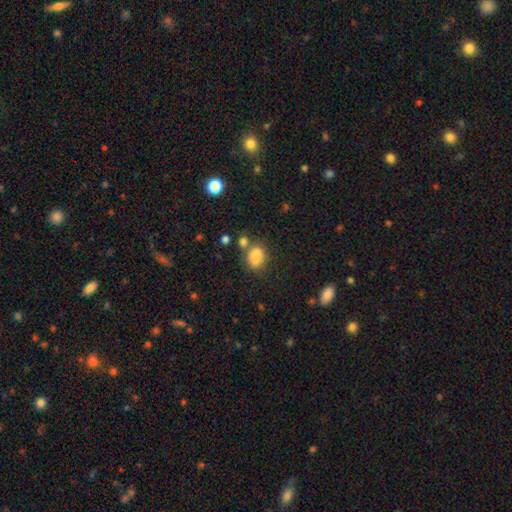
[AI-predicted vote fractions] Smooth or featured? smooth (80%)
How rounded? in between (66%)
Merging? none (46%)